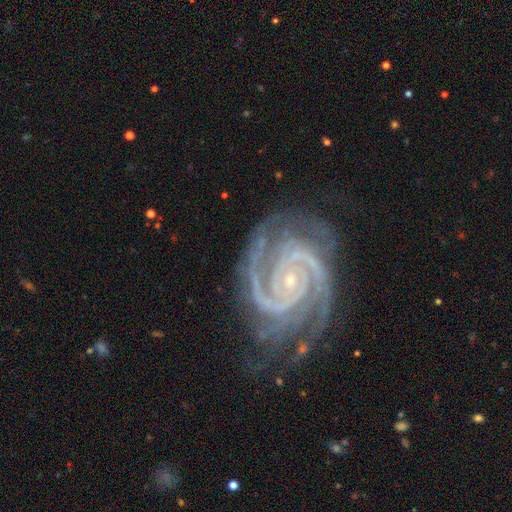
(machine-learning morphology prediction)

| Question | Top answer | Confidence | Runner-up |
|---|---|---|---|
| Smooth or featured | featured or disk | 94% | star or artifact (4%) |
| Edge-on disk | no | 98% | yes (2%) |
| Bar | no | 65% | weak (22%) |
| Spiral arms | yes | 99% | no (1%) |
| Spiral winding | tight | 74% | medium (24%) |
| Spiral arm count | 2 | 59% | 3 (19%) |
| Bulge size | small | 86% | moderate (10%) |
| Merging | none | 71% | minor disturbance (20%) |